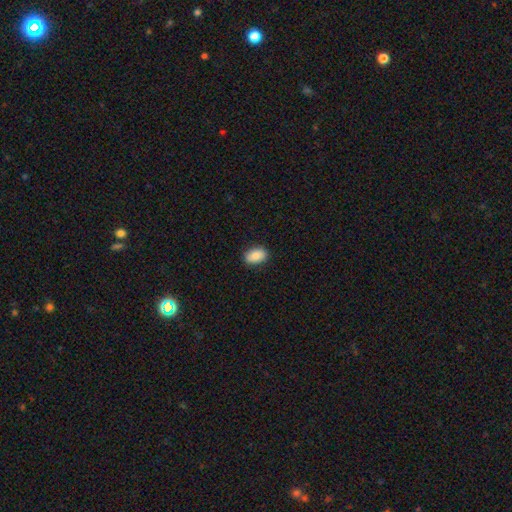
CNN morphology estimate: smooth 86%, star or artifact 7%, featured or disk 6%. Down the decision tree: how rounded — in between (89%); merging — none (88%).